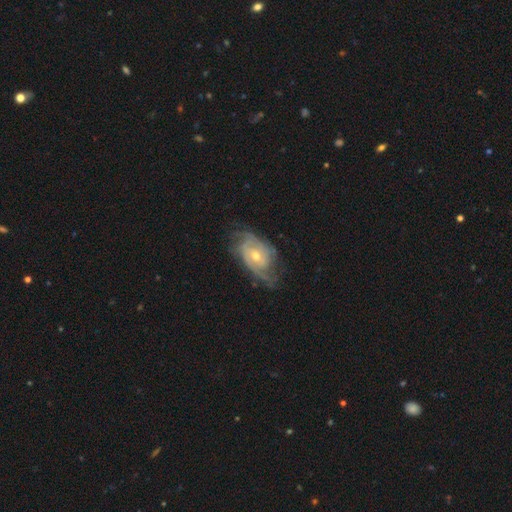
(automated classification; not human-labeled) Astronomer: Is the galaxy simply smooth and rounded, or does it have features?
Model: featured or disk — 84%.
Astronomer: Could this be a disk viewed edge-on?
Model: no — 95%.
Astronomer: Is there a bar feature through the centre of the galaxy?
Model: no — 64%.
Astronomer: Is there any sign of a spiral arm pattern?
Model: yes — 94%.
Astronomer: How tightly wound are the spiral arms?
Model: tight — 53% (runner-up: medium, 35%).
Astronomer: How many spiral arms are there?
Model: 2 — 37% (runner-up: can't tell, 28%).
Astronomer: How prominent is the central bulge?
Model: moderate — 58% (runner-up: small, 38%).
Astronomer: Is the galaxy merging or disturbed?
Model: none — 67%.